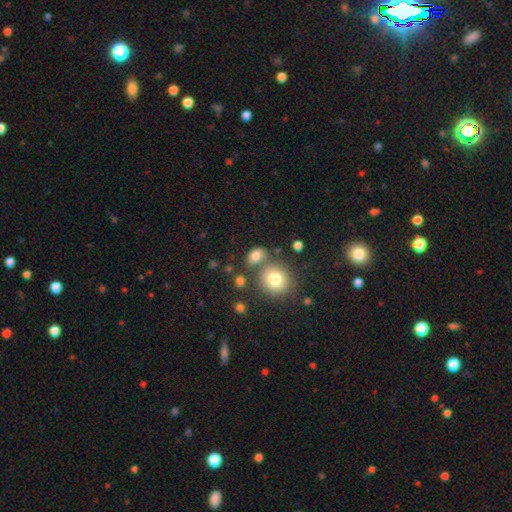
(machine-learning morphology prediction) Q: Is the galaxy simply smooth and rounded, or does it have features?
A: smooth — 79%.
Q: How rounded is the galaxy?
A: in between — 66%.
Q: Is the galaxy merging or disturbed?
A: none — 56%.